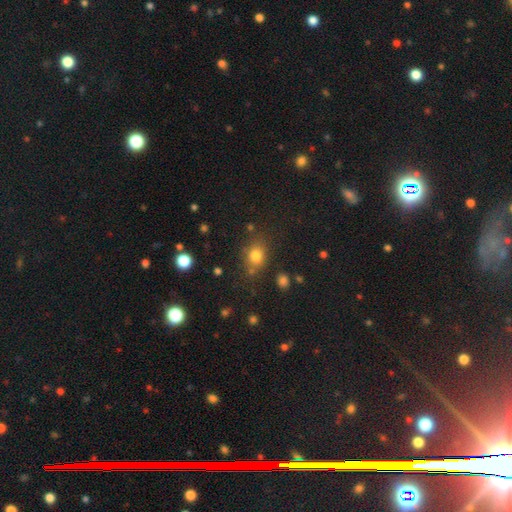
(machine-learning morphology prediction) This appears to be a smooth galaxy with no disk features (78%) that is round (60%). Merging: none (74%).